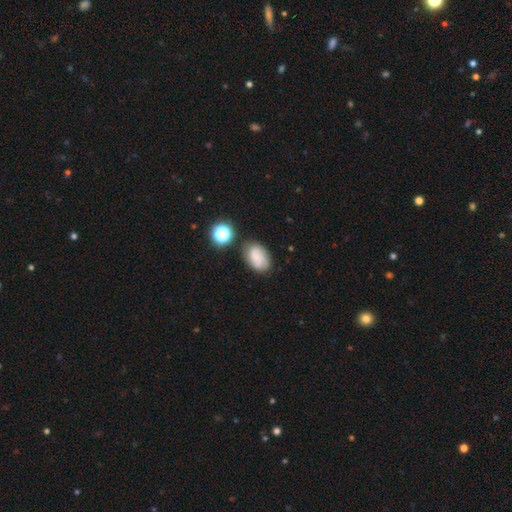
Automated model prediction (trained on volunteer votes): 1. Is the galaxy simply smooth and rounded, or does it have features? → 58% smooth, 29% featured or disk, 13% star or artifact.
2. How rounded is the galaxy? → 83% in between, 16% round, 1% cigar-shaped.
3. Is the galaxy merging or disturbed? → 71% none, 18% minor disturbance, 6% merger, 5% major disturbance.